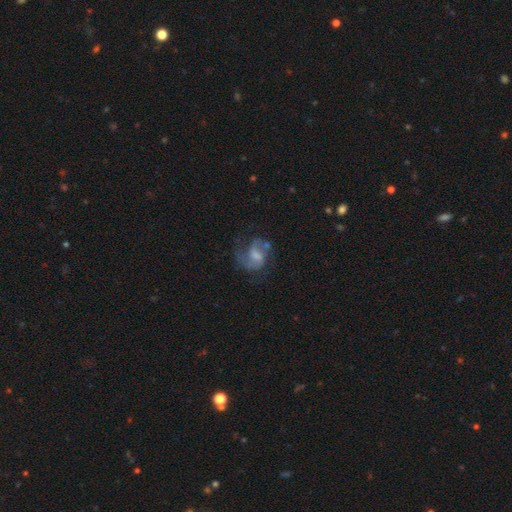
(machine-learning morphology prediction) featured or disk 66%, smooth 25%, star or artifact 9%. Down the decision tree: edge-on disk — no (98%); bar — weak (46%); spiral arms — yes (83%); spiral arm count — 2 (70%); spiral winding — medium (46%); bulge size — moderate (35%); merging — none (45%).